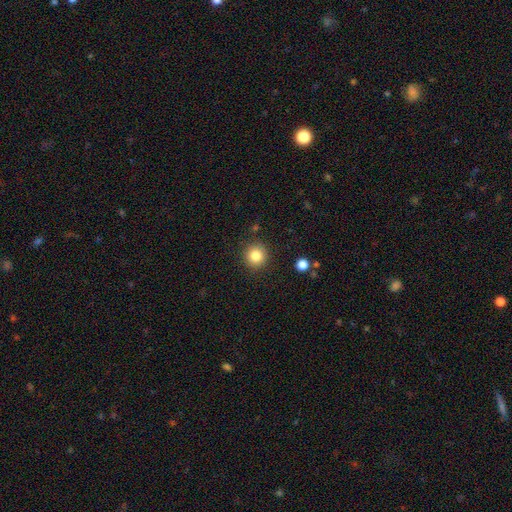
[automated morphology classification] A smooth galaxy with no disk features (84%) that is round (93%). Merging: none (90%).